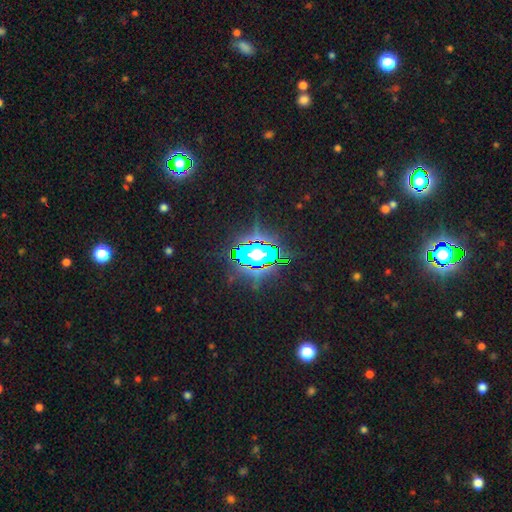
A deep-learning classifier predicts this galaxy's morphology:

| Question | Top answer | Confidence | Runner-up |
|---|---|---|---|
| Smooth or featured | star or artifact | 66% | smooth (18%) |